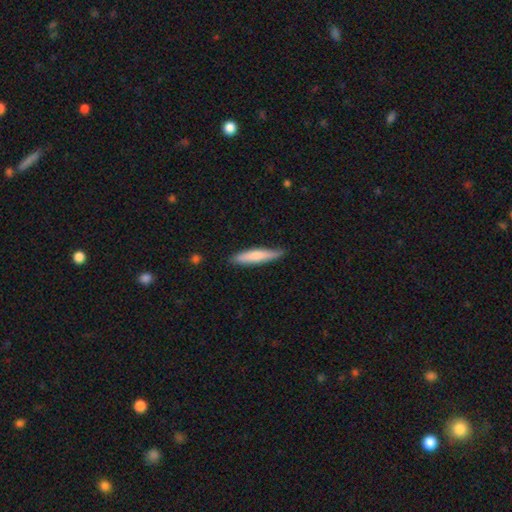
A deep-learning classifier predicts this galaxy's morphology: Smooth or featured? Predicted: smooth (p=0.70). How rounded? Predicted: cigar-shaped (p=0.87). Merging? Predicted: none (p=0.81).